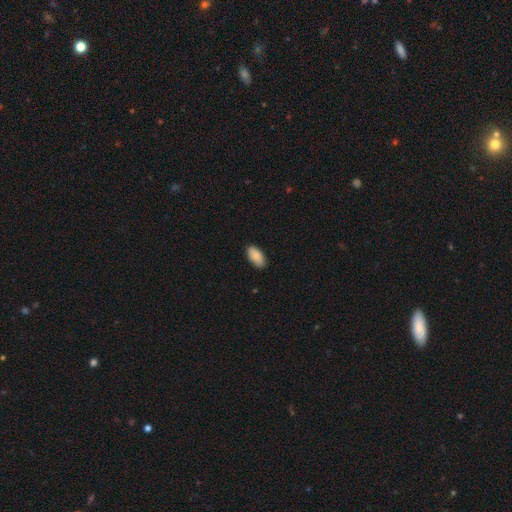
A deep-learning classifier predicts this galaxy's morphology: Smooth or featured? smooth (88%)
How rounded? in between (93%)
Merging? none (86%)